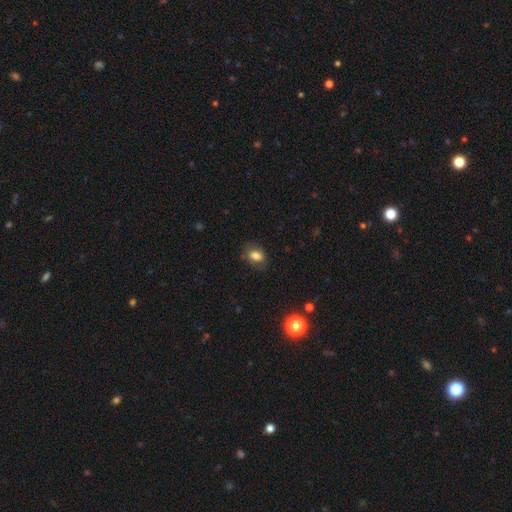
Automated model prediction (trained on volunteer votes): This appears to be a smooth galaxy with no disk features (76%) that is in between round and cigar-shaped (74%). Merging: none (75%).